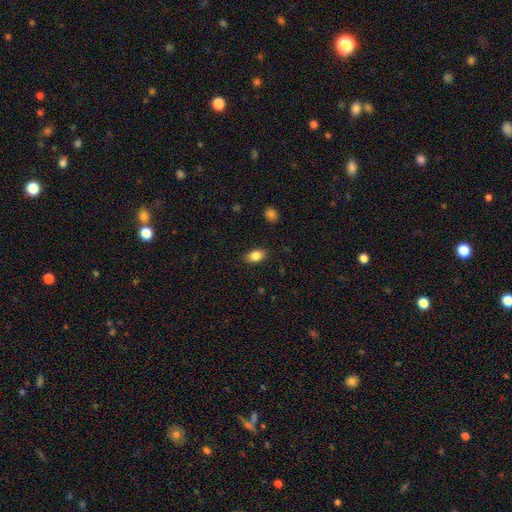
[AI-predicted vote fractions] smooth 86%, star or artifact 9%, featured or disk 5%. Down the decision tree: how rounded — in between (85%); merging — none (86%).